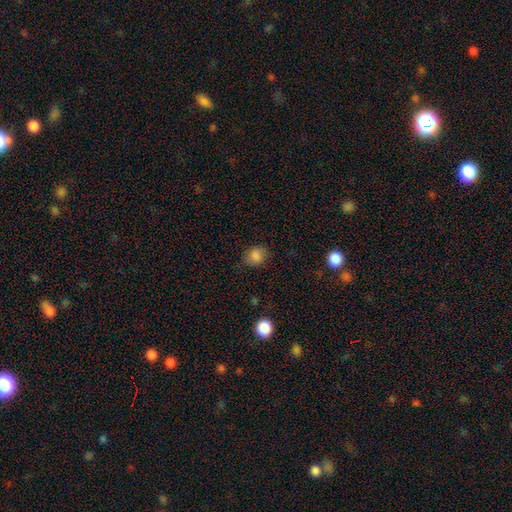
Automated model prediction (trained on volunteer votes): smooth_or_featured: smooth (p=0.84) [alt: star or artifact p=0.12]
how_rounded: round (p=0.66) [alt: in between p=0.33]
merging: none (p=0.80) [alt: minor disturbance p=0.15]